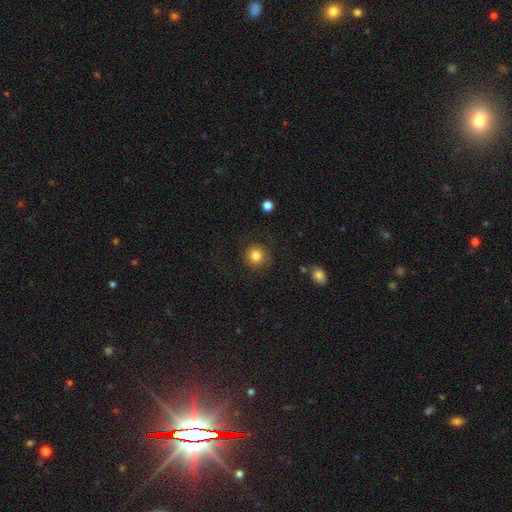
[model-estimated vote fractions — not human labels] The model was most divided on "merging": none: 83%, minor disturbance: 11%, major disturbance: 5%, merger: 1%. More confident: how rounded — round (92%); smooth or featured — smooth (83%).